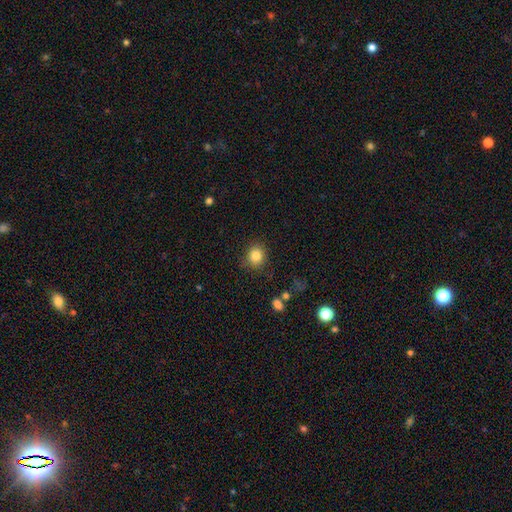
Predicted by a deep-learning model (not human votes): Smooth or featured: smooth — 84% (star or artifact — 10%)
How rounded: round — 75% (in between — 25%)
Merging: none — 83% (minor disturbance — 11%)